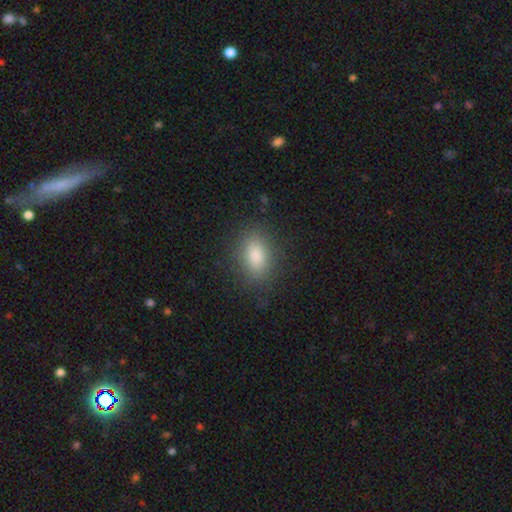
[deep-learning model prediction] smooth-or-featured: smooth: 85% | star or artifact: 8% | featured or disk: 6%
  how-rounded: in between: 86% | round: 10% | cigar-shaped: 4%
  merging: none: 85% | minor disturbance: 10% | major disturbance: 4% | merger: 1%